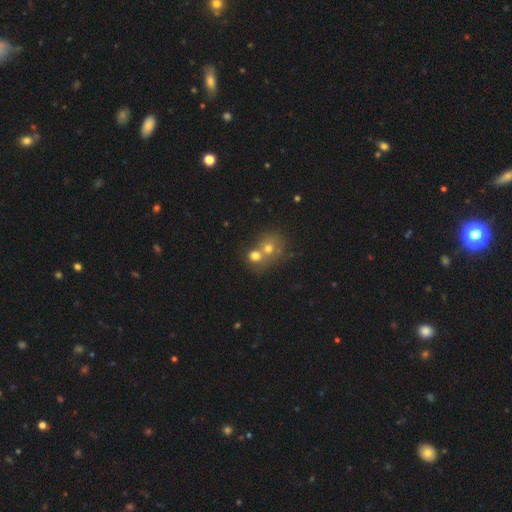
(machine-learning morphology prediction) smooth_or_featured: smooth (p=0.69) [alt: featured or disk p=0.18]
how_rounded: round (p=0.74) [alt: in between p=0.25]
merging: merger (p=0.64) [alt: none p=0.28]